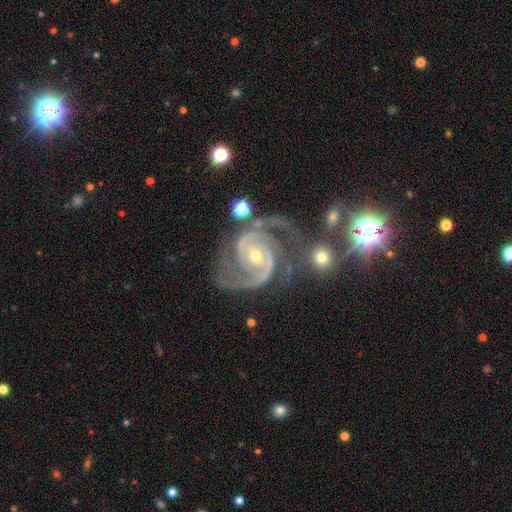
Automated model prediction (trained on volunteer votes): featured or disk 93%, star or artifact 5%, smooth 2%. Down the decision tree: edge-on disk — no (98%); bar — no (54%); spiral arms — yes (99%); spiral arm count — 2 (82%); spiral winding — medium (51%); bulge size — small (58%); merging — none (63%).